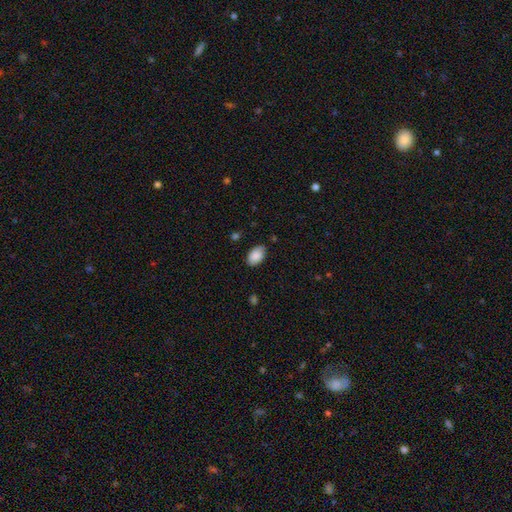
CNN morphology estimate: This is clearly a smooth galaxy (87%). How rounded: clearly in between (91%). Merging: likely none (80%).